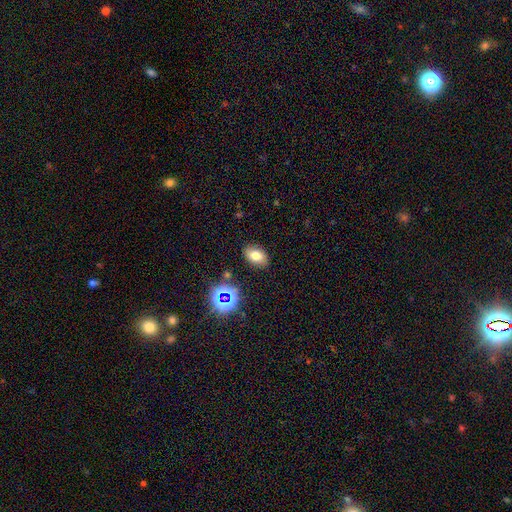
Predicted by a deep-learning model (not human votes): Smooth or featured? Predicted: smooth (p=0.72). How rounded? Predicted: in between (p=0.85). Merging? Predicted: none (p=0.85).